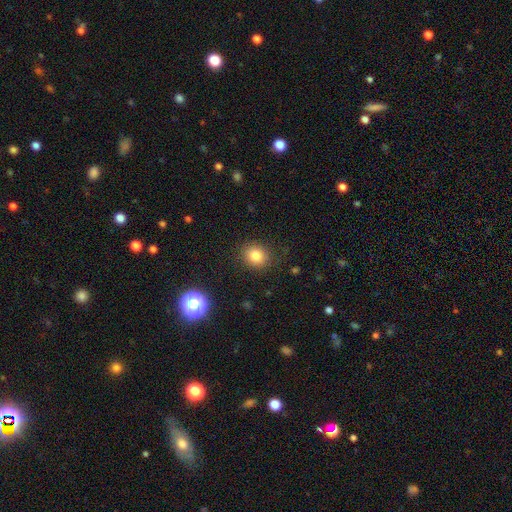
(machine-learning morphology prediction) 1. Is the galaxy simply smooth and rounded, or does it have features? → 81% smooth, 12% star or artifact, 7% featured or disk.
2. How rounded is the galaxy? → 76% round, 23% in between, 1% cigar-shaped.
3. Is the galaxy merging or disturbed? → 87% none, 9% minor disturbance, 3% major disturbance, 1% merger.